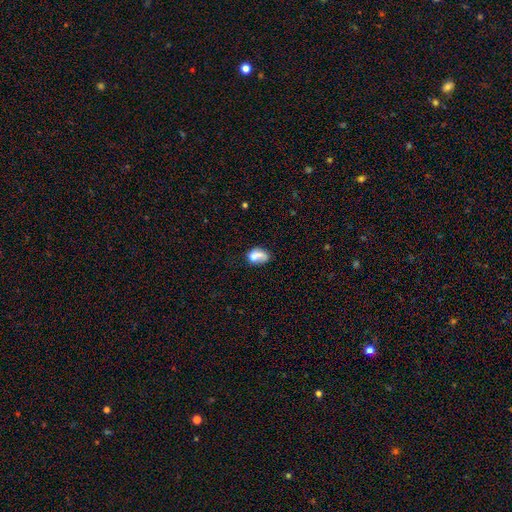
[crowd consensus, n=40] This is likely a smooth galaxy (62%). How rounded: clearly in between (84%). Merging: marginally none (36%, tied with merger).